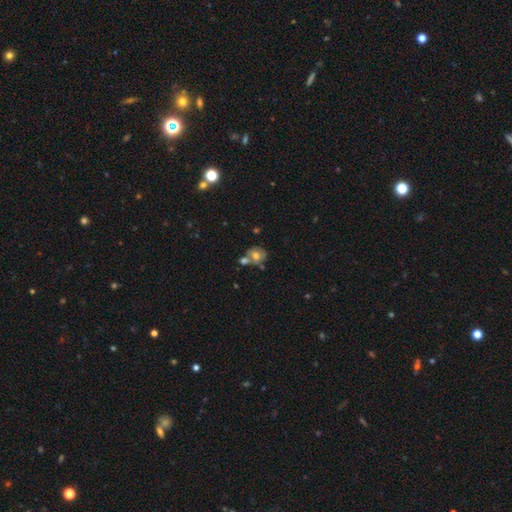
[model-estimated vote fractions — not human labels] Smooth or featured?
  - smooth: 57% *
  - featured or disk: 32%
  - star or artifact: 11%
How rounded?
  - round: 66% *
  - in between: 33%
  - cigar-shaped: 1%
Merging?
  - merger: 40% *
  - none: 39%
  - minor disturbance: 15%
  - major disturbance: 7%